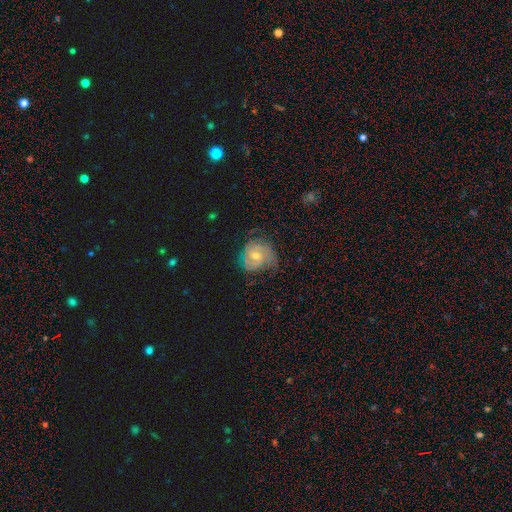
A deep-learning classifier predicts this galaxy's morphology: This appears to be a featured or disk galaxy (67%) with no bar (62%), 2 (37%) tight (59%) spiral arms (88%) and a moderate central bulge (60%). Merging: none (62%).